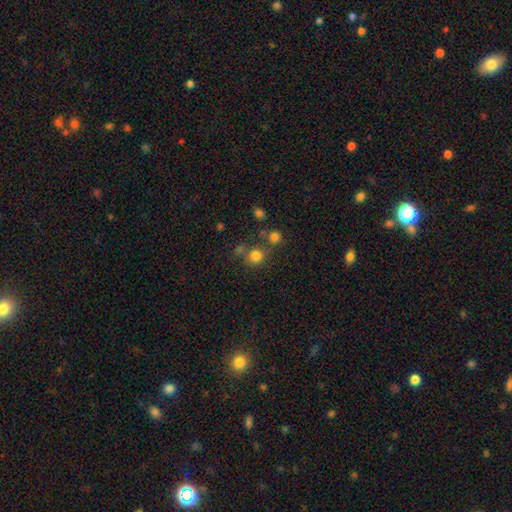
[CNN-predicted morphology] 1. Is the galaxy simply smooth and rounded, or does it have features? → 77% smooth, 16% star or artifact, 7% featured or disk.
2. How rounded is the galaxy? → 88% round, 11% in between, 1% cigar-shaped.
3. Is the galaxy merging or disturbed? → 67% none, 18% merger, 10% minor disturbance, 5% major disturbance.